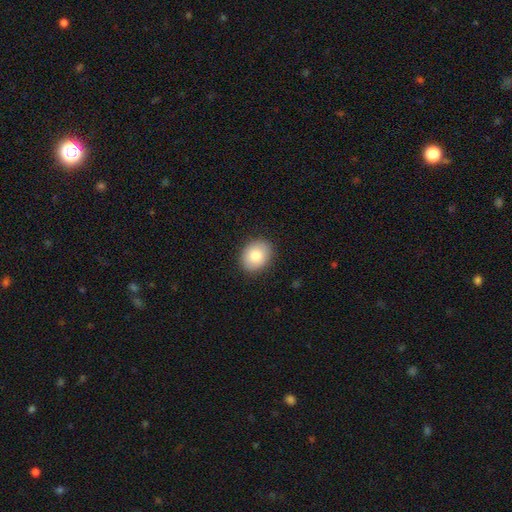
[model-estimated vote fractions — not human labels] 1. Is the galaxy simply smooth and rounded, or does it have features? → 82% smooth, 11% featured or disk, 8% star or artifact.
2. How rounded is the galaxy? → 51% in between, 48% round, 1% cigar-shaped.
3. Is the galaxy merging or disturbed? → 89% none, 8% minor disturbance, 2% major disturbance, 1% merger.